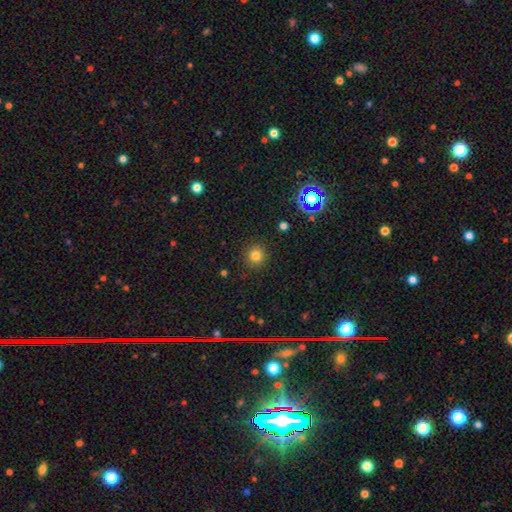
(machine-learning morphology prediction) A smooth galaxy with no disk features (80%) that is round (92%).

Vote fractions:
- Smooth or featured? smooth: 80% / star or artifact: 15% / featured or disk: 6%
- How rounded? round: 92% / in between: 7% / cigar-shaped: 1%
- Merging? none: 90% / minor disturbance: 6% / major disturbance: 2% / merger: 1%